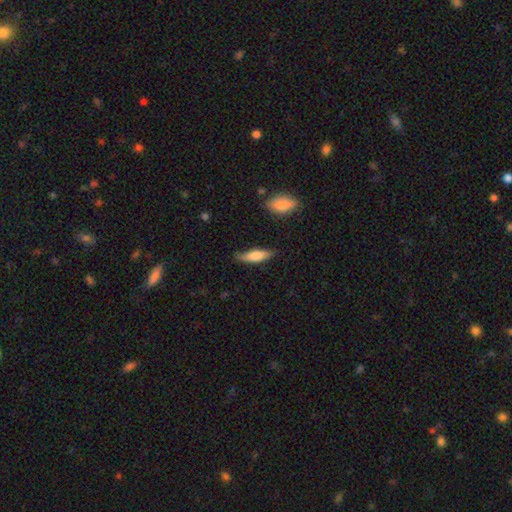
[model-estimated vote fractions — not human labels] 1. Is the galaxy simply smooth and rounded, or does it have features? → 70% smooth, 24% featured or disk, 6% star or artifact.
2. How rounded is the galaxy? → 64% cigar-shaped, 34% in between, 2% round.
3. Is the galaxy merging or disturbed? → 81% none, 14% minor disturbance, 3% major disturbance, 2% merger.